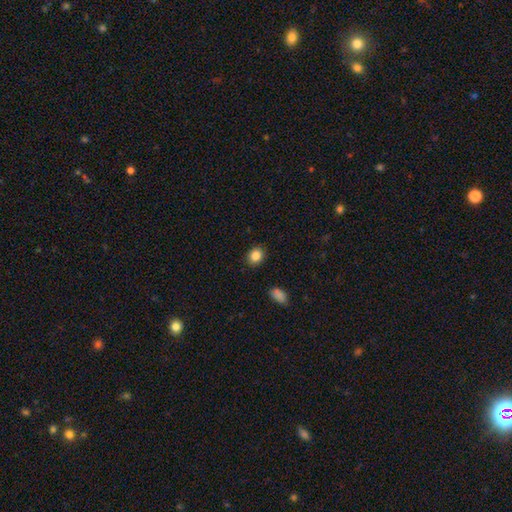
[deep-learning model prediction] A smooth galaxy with no disk features (85%) that is round (63%). Merging: none (90%).